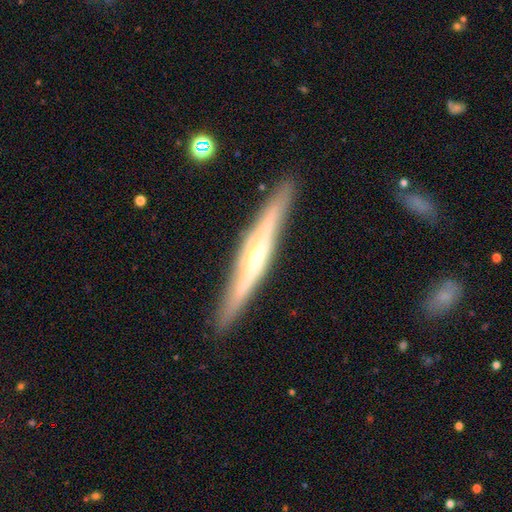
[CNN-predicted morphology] A featured or disk galaxy (74%) viewed edge-on (95%) with a rounded central bulge (69%). Merging: none (90%).